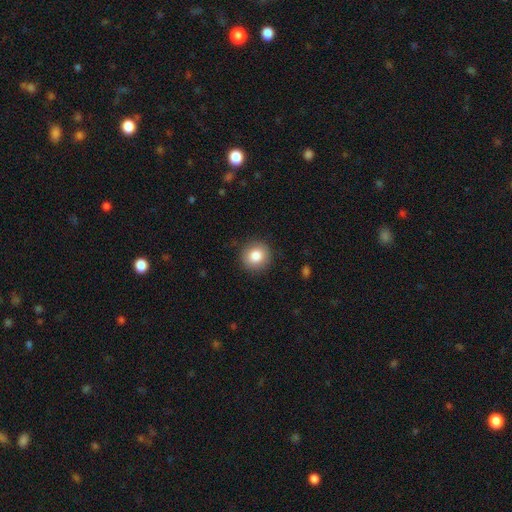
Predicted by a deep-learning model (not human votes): smooth 84%, star or artifact 9%, featured or disk 7%. Down the decision tree: how rounded — round (92%); merging — none (89%).